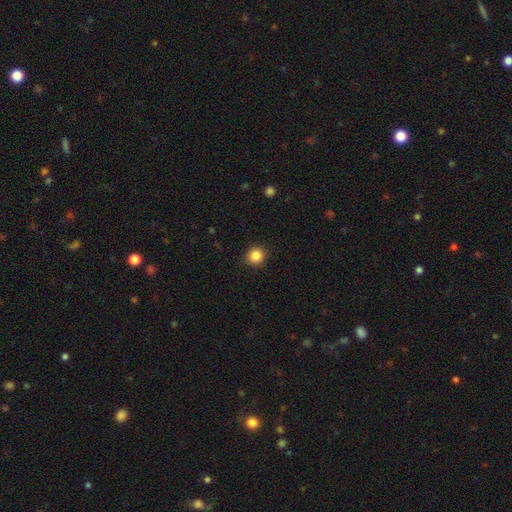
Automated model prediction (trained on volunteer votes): Smooth or featured? Predicted: smooth (p=0.86). How rounded? Predicted: round (p=0.91). Merging? Predicted: none (p=0.90).